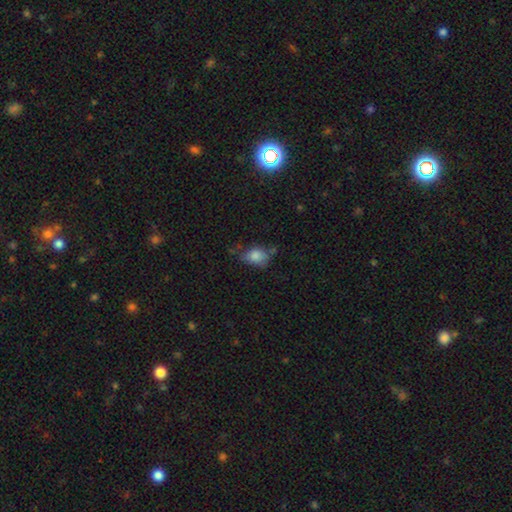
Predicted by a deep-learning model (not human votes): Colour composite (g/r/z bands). It shows a smooth galaxy with no disk features (81%) that is in between round and cigar-shaped (70%). Merging: none (48%).